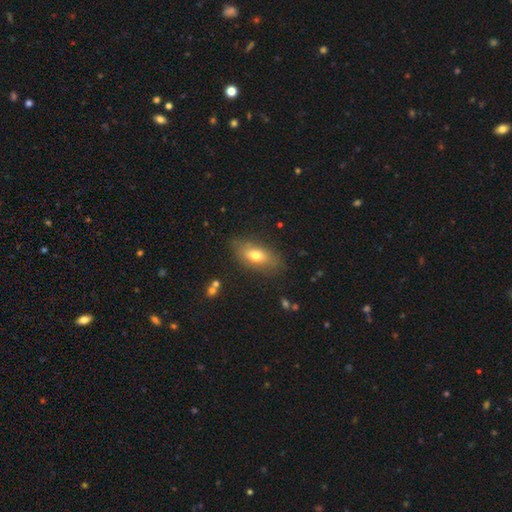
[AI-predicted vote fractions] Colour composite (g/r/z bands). It shows a smooth galaxy with no disk features (68%) that is in between round and cigar-shaped (84%). Merging: none (78%).